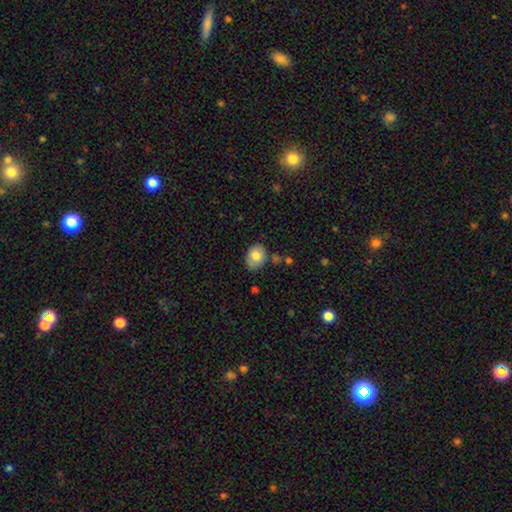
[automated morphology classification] smooth-or-featured: smooth: 77% | featured or disk: 15% | star or artifact: 8%
  how-rounded: in between: 56% | round: 43% | cigar-shaped: 1%
  merging: none: 74% | minor disturbance: 19% | merger: 4% | major disturbance: 4%